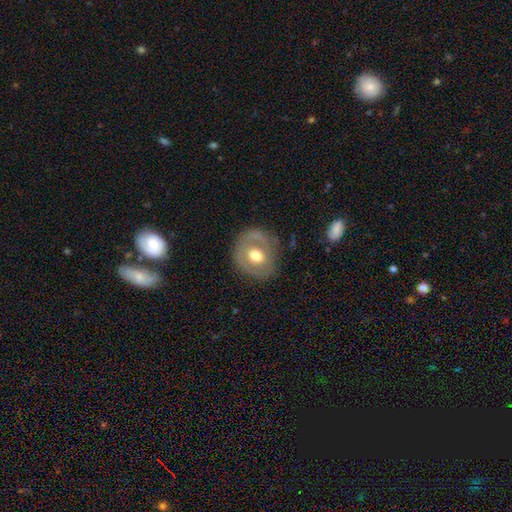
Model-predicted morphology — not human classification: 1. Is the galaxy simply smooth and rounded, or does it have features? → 51% smooth, 42% featured or disk, 7% star or artifact.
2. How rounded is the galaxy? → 76% round, 23% in between, 1% cigar-shaped.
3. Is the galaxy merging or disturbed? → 71% none, 19% minor disturbance, 8% major disturbance, 2% merger.